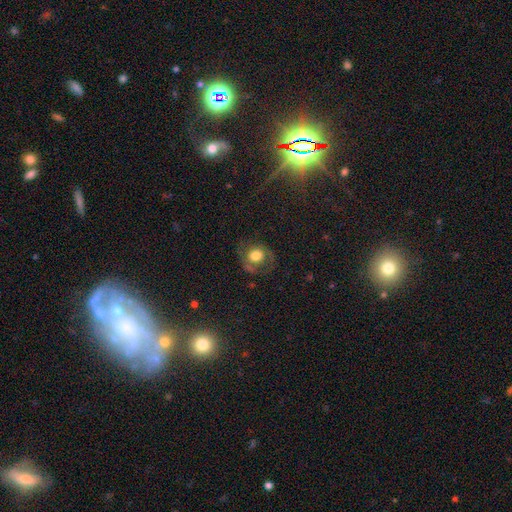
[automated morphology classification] smooth_or_featured: smooth (p=0.55) [alt: featured or disk p=0.35]
how_rounded: round (p=0.77) [alt: in between p=0.22]
merging: none (p=0.59) [alt: minor disturbance p=0.21]